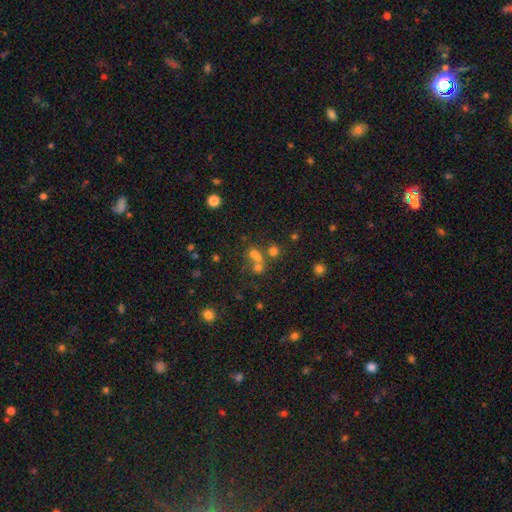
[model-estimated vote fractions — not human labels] Morphology: type=smooth (50%); merging=none (45%).